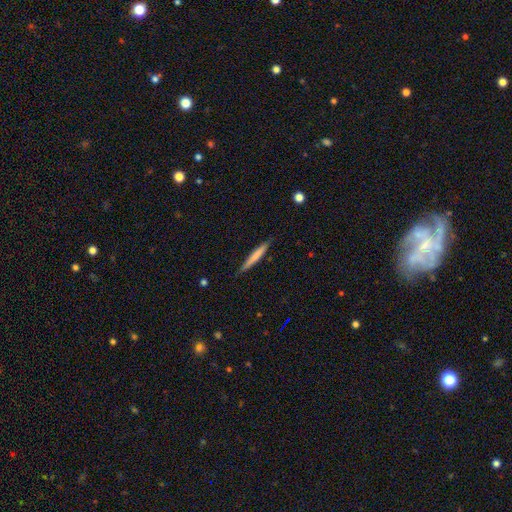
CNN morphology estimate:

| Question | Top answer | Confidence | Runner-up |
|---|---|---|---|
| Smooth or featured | smooth | 67% | featured or disk (28%) |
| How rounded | cigar-shaped | 95% | in between (3%) |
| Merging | none | 87% | minor disturbance (10%) |